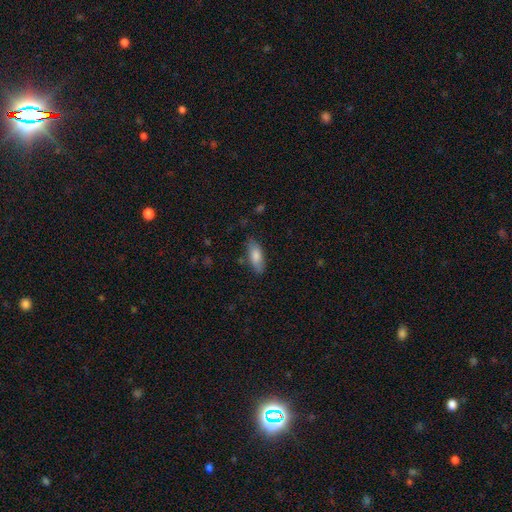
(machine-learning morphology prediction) Q: Smooth or featured?
A: smooth (78%); runner-up: featured or disk (15%)
Q: How rounded?
A: in between (76%); runner-up: cigar-shaped (21%)
Q: Merging?
A: none (79%); runner-up: minor disturbance (16%)